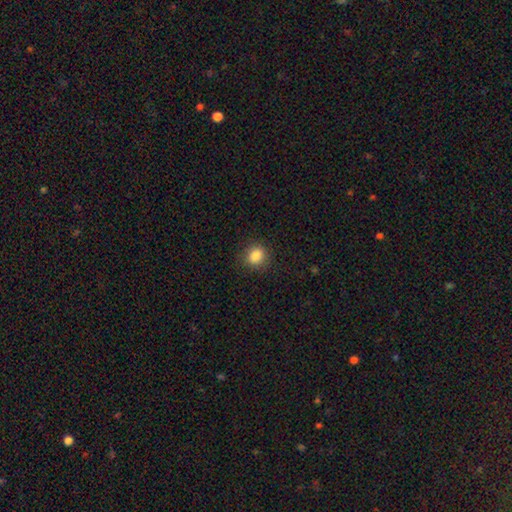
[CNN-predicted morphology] Smooth or featured?
  - smooth: 85% *
  - star or artifact: 11%
  - featured or disk: 5%
How rounded?
  - round: 76% *
  - in between: 23%
  - cigar-shaped: 1%
Merging?
  - none: 87% *
  - minor disturbance: 9%
  - major disturbance: 3%
  - merger: 1%